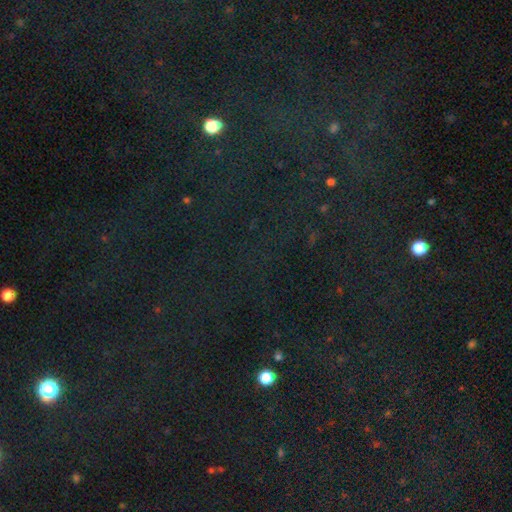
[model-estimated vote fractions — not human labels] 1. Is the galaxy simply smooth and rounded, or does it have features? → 81% star or artifact, 12% smooth, 8% featured or disk.